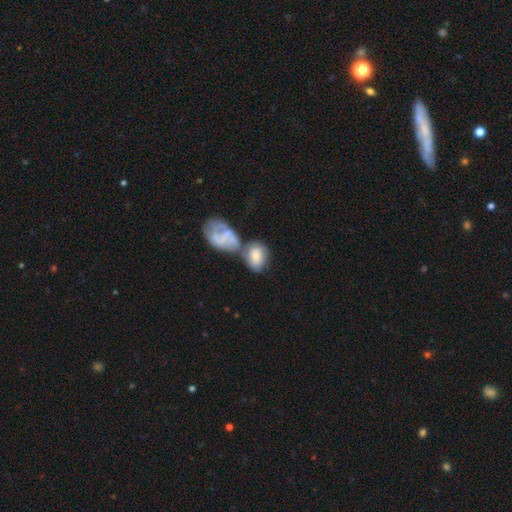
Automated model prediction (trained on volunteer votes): A smooth galaxy with no disk features (62%) that is in between round and cigar-shaped (73%).

Vote fractions:
- Smooth or featured? smooth: 62% / featured or disk: 31% / star or artifact: 7%
- How rounded? in between: 73% / round: 25% / cigar-shaped: 2%
- Merging? merger: 54% / none: 25% / minor disturbance: 13% / major disturbance: 9%